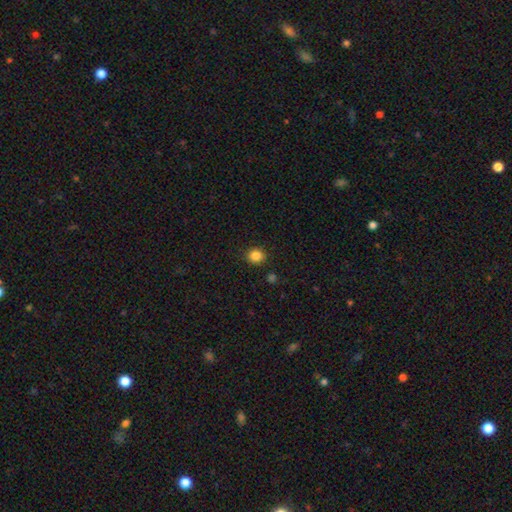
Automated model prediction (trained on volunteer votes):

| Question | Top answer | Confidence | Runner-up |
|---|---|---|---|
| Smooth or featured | smooth | 85% | star or artifact (11%) |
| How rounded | round | 84% | in between (15%) |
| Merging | none | 90% | minor disturbance (7%) |